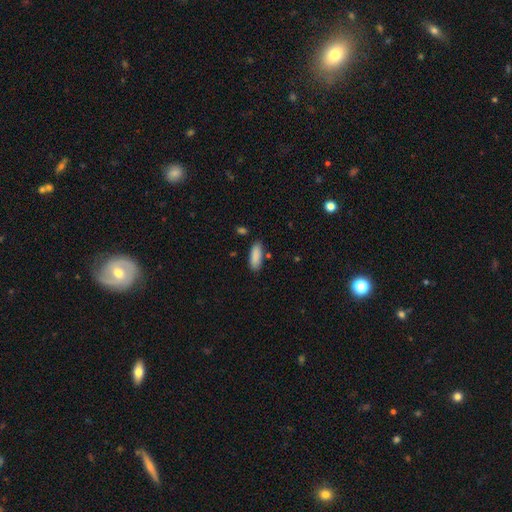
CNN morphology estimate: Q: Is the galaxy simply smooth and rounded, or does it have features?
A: smooth — 89%.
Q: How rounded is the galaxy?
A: in between — 70%.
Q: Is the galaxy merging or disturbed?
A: none — 82%.